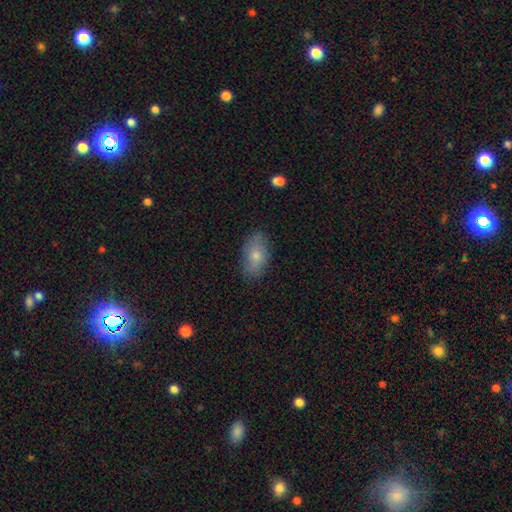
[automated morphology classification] This is likely a smooth galaxy (70%). How rounded: clearly in between (90%). Merging: likely none (80%).